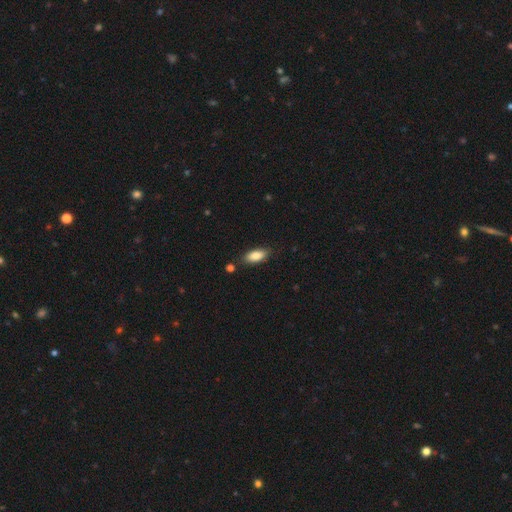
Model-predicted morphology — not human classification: smooth 86%, featured or disk 8%, star or artifact 7%. Down the decision tree: how rounded — in between (84%); merging — none (82%).